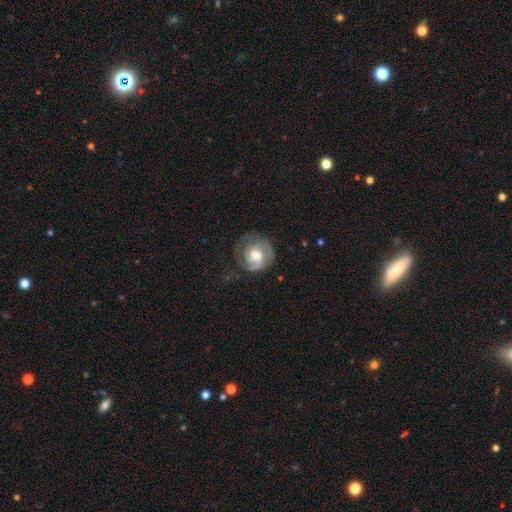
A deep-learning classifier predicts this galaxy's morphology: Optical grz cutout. It shows a featured or disk galaxy (63%) with no bar (71%), 1 (39%) tight (55%) spiral arms (83%) and a moderate central bulge (48%). Merging: none (61%).